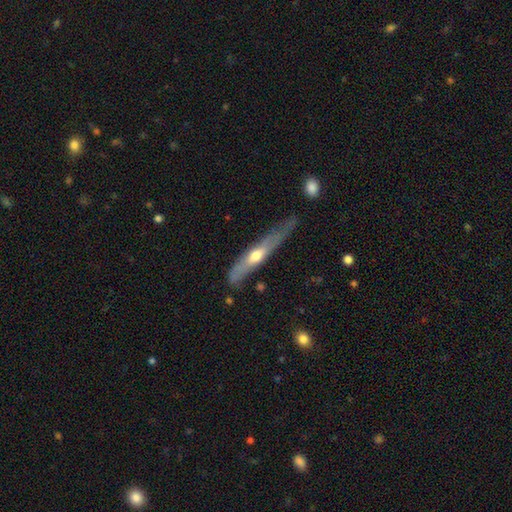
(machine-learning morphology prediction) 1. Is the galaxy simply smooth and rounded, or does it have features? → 57% featured or disk, 38% smooth, 5% star or artifact.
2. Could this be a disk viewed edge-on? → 82% yes, 18% no.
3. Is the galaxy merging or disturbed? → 58% none, 28% minor disturbance, 11% major disturbance, 3% merger.